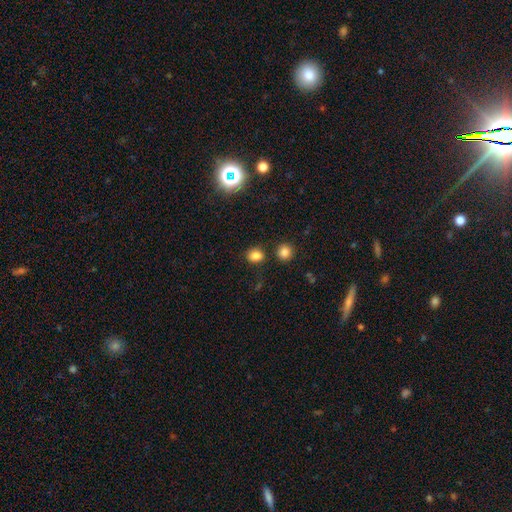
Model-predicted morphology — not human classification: A smooth galaxy with no disk features (79%) that is round (54%). Merging: none (78%).